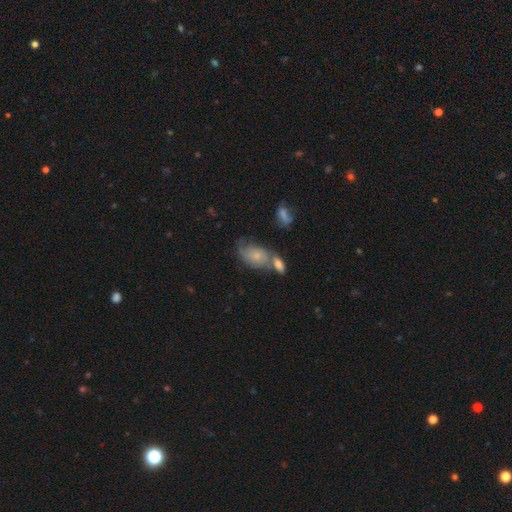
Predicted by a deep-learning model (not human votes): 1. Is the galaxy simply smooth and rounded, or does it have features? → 60% smooth, 31% featured or disk, 8% star or artifact.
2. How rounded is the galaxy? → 87% in between, 11% round, 2% cigar-shaped.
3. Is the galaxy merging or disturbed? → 35% merger, 32% none, 21% minor disturbance, 11% major disturbance.